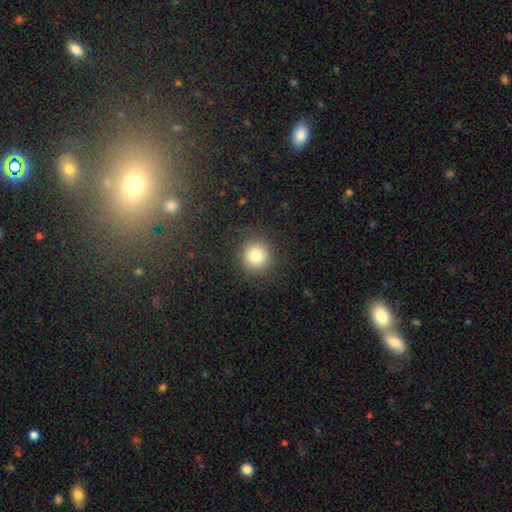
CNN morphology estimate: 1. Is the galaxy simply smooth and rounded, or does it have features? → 81% smooth, 12% star or artifact, 8% featured or disk.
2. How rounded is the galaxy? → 93% round, 6% in between, 1% cigar-shaped.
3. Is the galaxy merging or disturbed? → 89% none, 7% minor disturbance, 3% major disturbance, 1% merger.